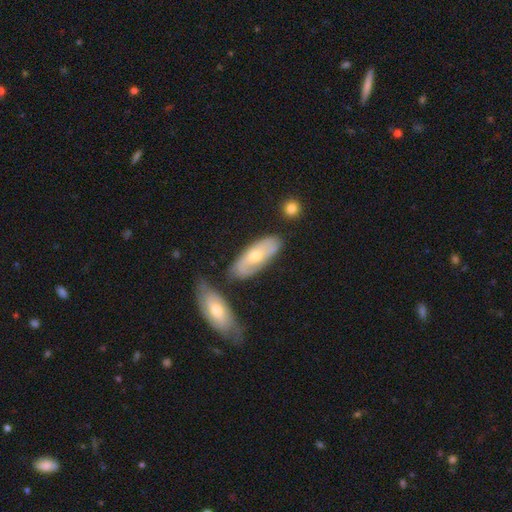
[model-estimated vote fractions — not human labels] smooth_or_featured: smooth (p=0.47) [tied with: featured or disk p=0.47]
merging: none (p=0.62) [alt: minor disturbance p=0.19]